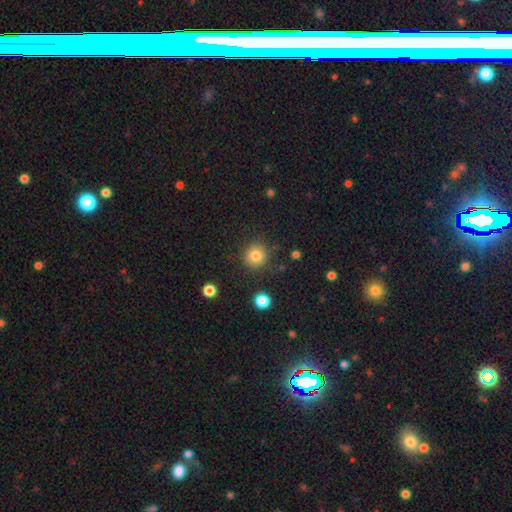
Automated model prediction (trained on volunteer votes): The model was most divided on "smooth or featured": smooth: 81%, star or artifact: 11%, featured or disk: 7%. More confident: how rounded — round (92%); merging — none (87%).